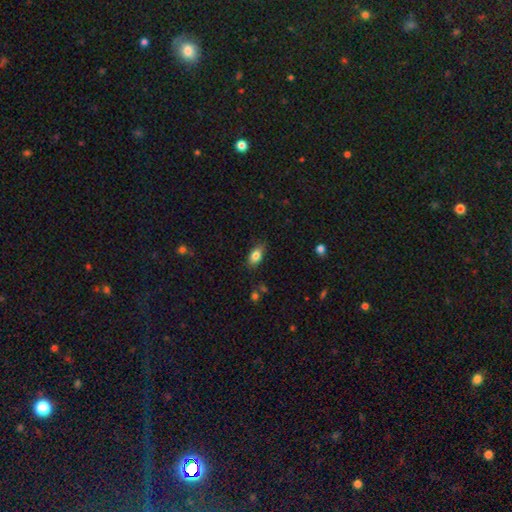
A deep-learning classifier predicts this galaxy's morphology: smooth-or-featured: smooth: 81% | featured or disk: 11% | star or artifact: 8%
  how-rounded: in between: 87% | round: 7% | cigar-shaped: 6%
  merging: none: 81% | minor disturbance: 15% | major disturbance: 3% | merger: 1%